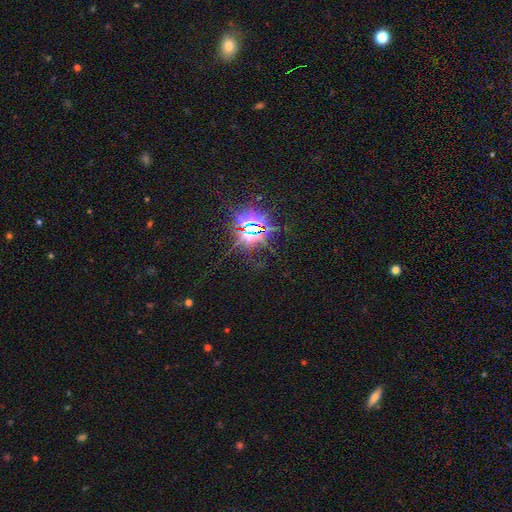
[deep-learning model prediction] A star or artifact, not a galaxy (85%).

Vote fractions:
- Smooth or featured? star or artifact: 85% / smooth: 8% / featured or disk: 7%